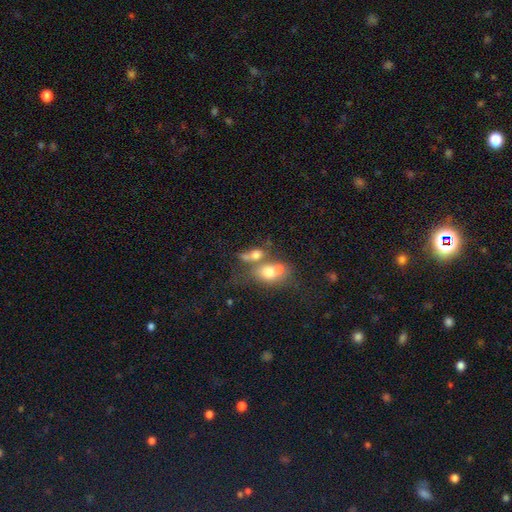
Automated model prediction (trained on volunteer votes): smooth-or-featured: smooth: 60% | featured or disk: 26% | star or artifact: 15%
  how-rounded: in between: 52% | round: 43% | cigar-shaped: 5%
  merging: merger: 54% | none: 29% | minor disturbance: 10% | major disturbance: 8%